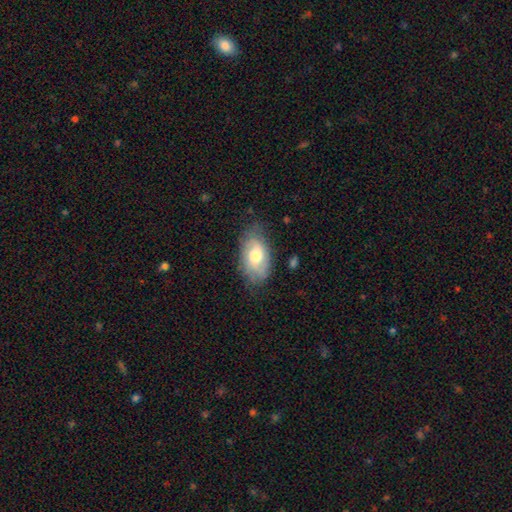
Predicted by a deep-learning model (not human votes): A smooth galaxy with no disk features (51%) that is in between round and cigar-shaped (91%).

Vote fractions:
- Smooth or featured? smooth: 51% / featured or disk: 42% / star or artifact: 7%
- How rounded? in between: 91% / round: 6% / cigar-shaped: 2%
- Merging? none: 68% / minor disturbance: 24% / major disturbance: 7% / merger: 1%